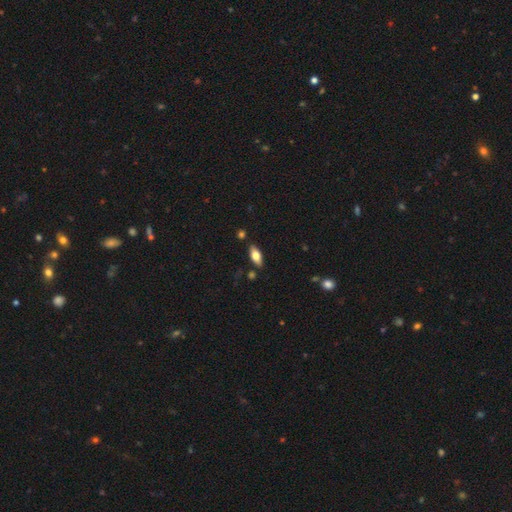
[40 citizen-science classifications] Volunteers were most divided on "smooth or featured": smooth: 72%, featured or disk: 22%, star or artifact: 5%. More confident: merging — none (76%); how rounded — in between (76%).